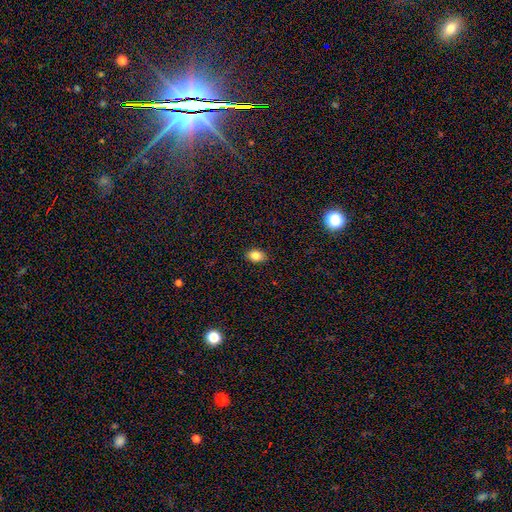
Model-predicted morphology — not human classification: This is clearly a smooth galaxy (82%). How rounded: clearly in between (81%). Merging: clearly none (88%).